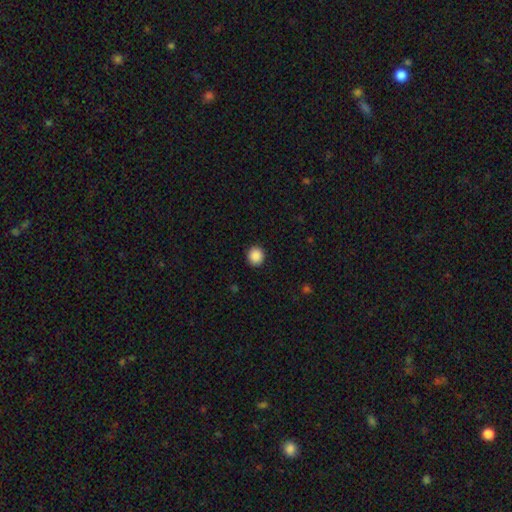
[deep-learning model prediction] A smooth galaxy with no disk features (89%) that is round (87%).

Vote fractions:
- Smooth or featured? smooth: 89% / star or artifact: 9% / featured or disk: 2%
- How rounded? round: 87% / in between: 12% / cigar-shaped: 1%
- Merging? none: 92% / minor disturbance: 5% / major disturbance: 2% / merger: 1%